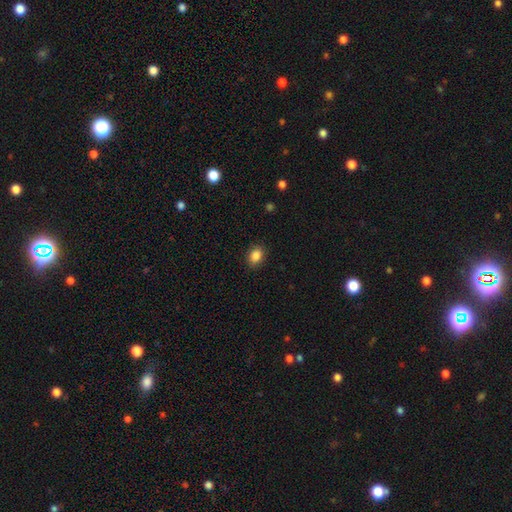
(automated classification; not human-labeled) Smooth or featured? smooth (87%)
How rounded? in between (67%)
Merging? none (88%)